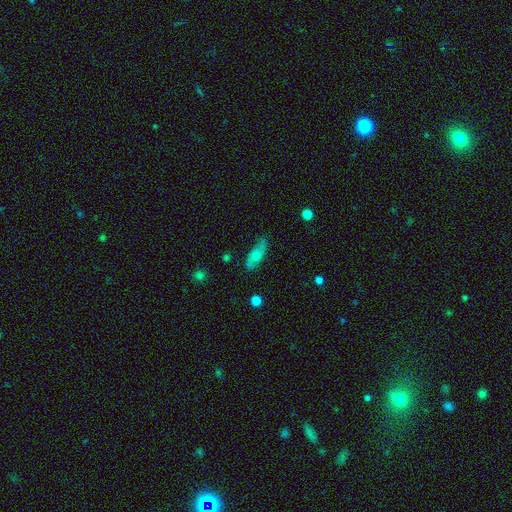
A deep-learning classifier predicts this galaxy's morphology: Overall: smooth (54%; featured or disk 38%). How rounded: in between (65%; cigar-shaped 31%). Merging: none (73%).